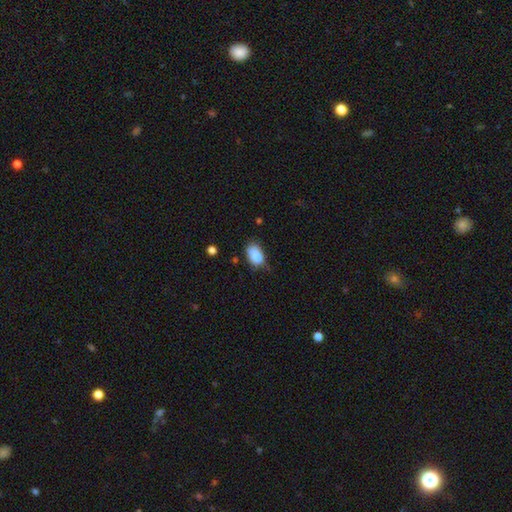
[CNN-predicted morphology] This appears to be a smooth galaxy with no disk features (86%) that is in between round and cigar-shaped (89%). Merging: none (49%).